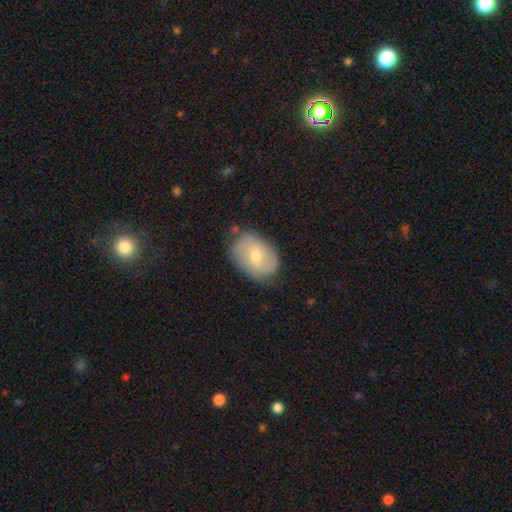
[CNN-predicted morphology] The model was most divided on "smooth or featured": featured or disk: 50%, smooth: 42%, star or artifact: 8%. More confident: edge-on disk — no (95%); merging — none (72%).